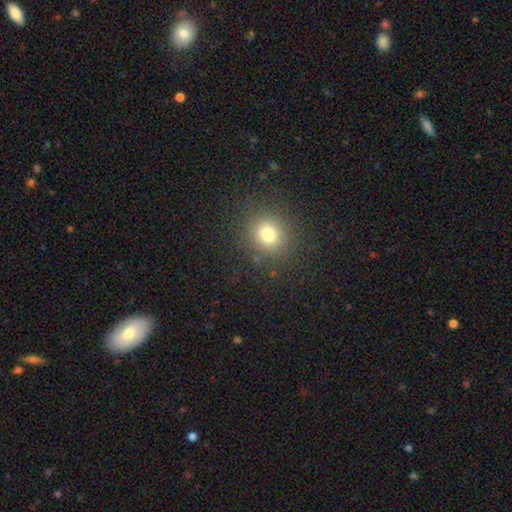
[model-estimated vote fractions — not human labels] A smooth galaxy with no disk features (71%) that is round (87%). Merging: none (91%).